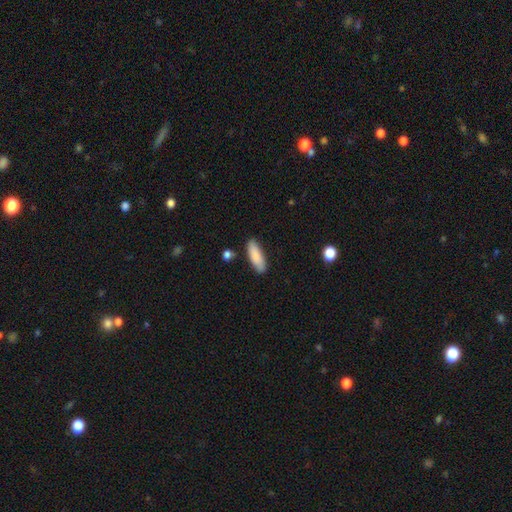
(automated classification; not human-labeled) This is clearly a smooth galaxy (87%). How rounded: possibly in between (56%). Merging: clearly none (84%).